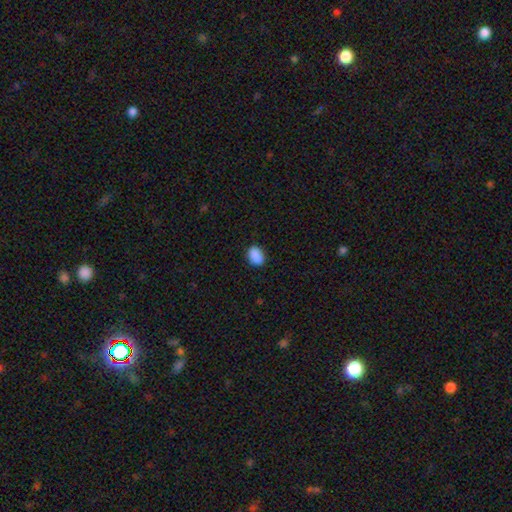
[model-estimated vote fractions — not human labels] Q: Smooth or featured?
A: smooth (89%); runner-up: star or artifact (8%)
Q: How rounded?
A: in between (80%); runner-up: round (18%)
Q: Merging?
A: none (84%); runner-up: minor disturbance (12%)